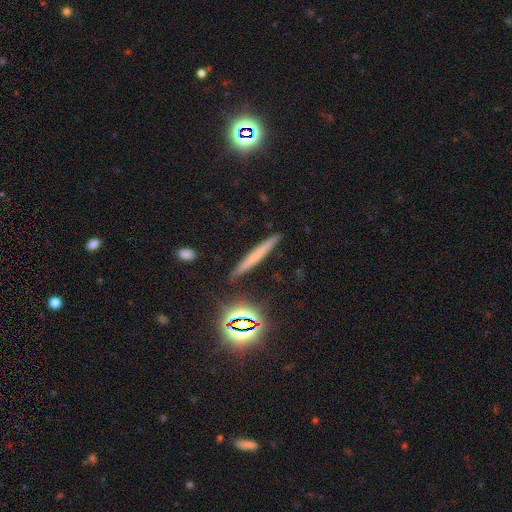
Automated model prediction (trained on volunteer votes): Morphology: type=smooth (57%); roundness=cigar-shaped (94%); merging=none (89%).